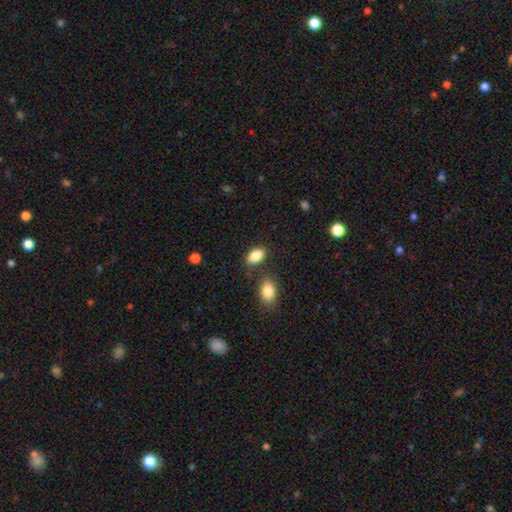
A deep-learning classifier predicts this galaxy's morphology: smooth-or-featured: smooth: 87% | star or artifact: 8% | featured or disk: 6%
  how-rounded: in between: 91% | round: 7% | cigar-shaped: 2%
  merging: none: 75% | minor disturbance: 12% | merger: 9% | major disturbance: 3%